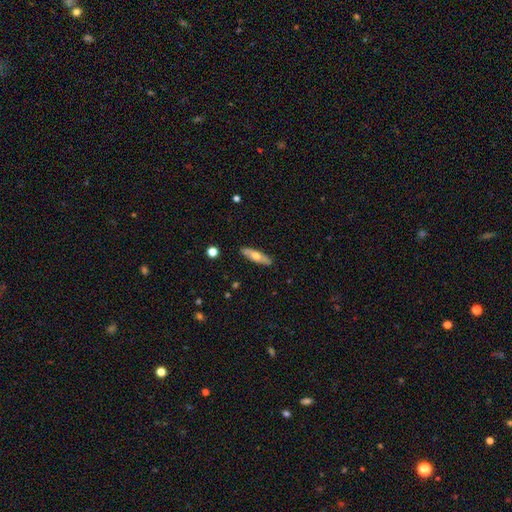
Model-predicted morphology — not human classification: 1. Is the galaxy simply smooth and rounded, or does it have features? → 53% smooth, 41% featured or disk, 6% star or artifact.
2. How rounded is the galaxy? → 62% cigar-shaped, 36% in between, 2% round.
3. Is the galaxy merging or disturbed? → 88% none, 9% minor disturbance, 2% major disturbance, 1% merger.